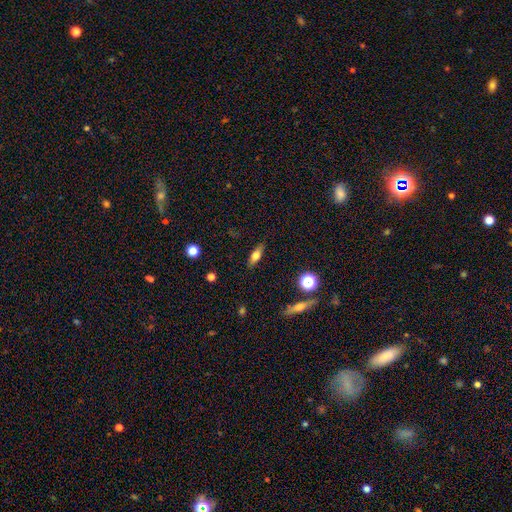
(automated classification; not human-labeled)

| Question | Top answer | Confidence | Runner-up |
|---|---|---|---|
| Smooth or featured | smooth | 65% | featured or disk (26%) |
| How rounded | in between | 63% | cigar-shaped (32%) |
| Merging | none | 86% | minor disturbance (10%) |